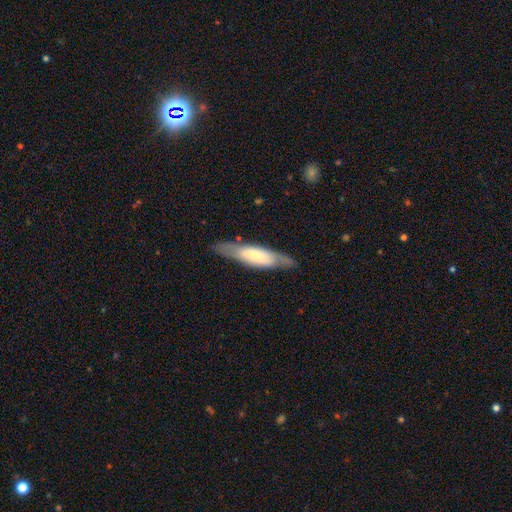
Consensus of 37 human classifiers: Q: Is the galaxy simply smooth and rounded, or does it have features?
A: featured or disk — 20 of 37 (54%).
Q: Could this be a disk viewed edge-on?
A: yes — 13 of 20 (65%).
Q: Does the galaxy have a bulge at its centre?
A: rounded — 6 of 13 (46%).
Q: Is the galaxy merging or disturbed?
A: none — 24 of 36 (67%).